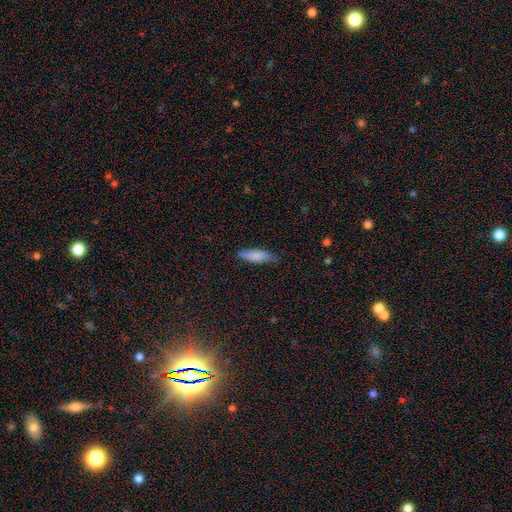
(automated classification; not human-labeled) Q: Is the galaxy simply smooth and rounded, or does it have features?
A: smooth — 79%.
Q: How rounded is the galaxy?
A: in between — 53%.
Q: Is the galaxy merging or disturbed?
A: none — 77%.